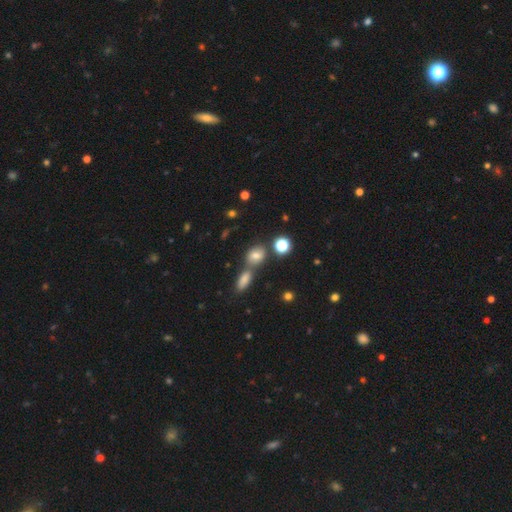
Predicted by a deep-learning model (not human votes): The model was most divided on "how rounded": in between: 54%, round: 42%, cigar-shaped: 3%. More confident: smooth or featured — smooth (71%); merging — none (53%).